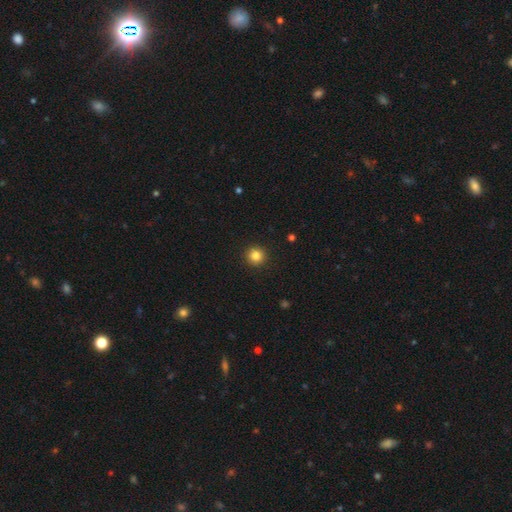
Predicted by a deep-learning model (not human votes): Smooth or featured? Predicted: smooth (p=0.83). How rounded? Predicted: round (p=0.95). Merging? Predicted: none (p=0.93).